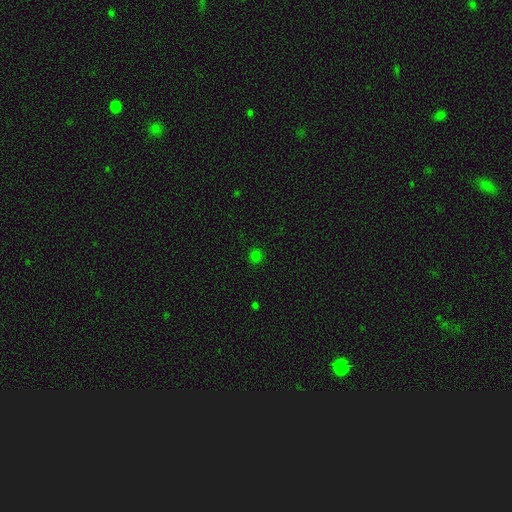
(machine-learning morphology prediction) A smooth galaxy with no disk features (76%) that is round (89%). Merging: none (90%).